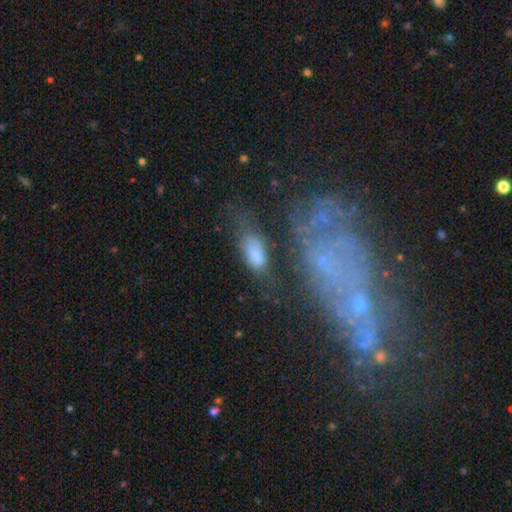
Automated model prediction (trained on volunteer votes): This appears to be a smooth galaxy with no disk features (72%) that is in between round and cigar-shaped (86%). Merging: none (44%).